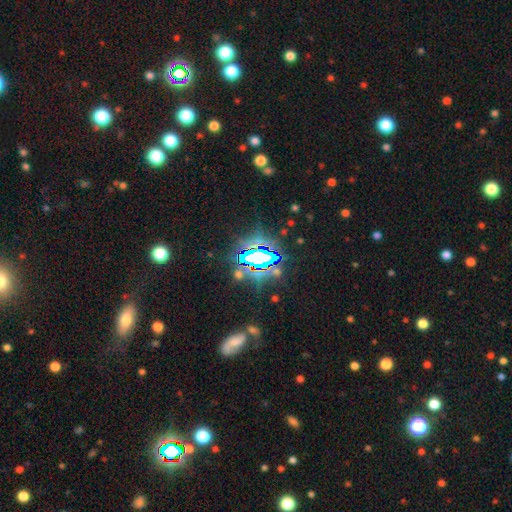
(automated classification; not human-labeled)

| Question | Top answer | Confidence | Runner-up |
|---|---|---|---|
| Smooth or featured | star or artifact | 72% | smooth (16%) |